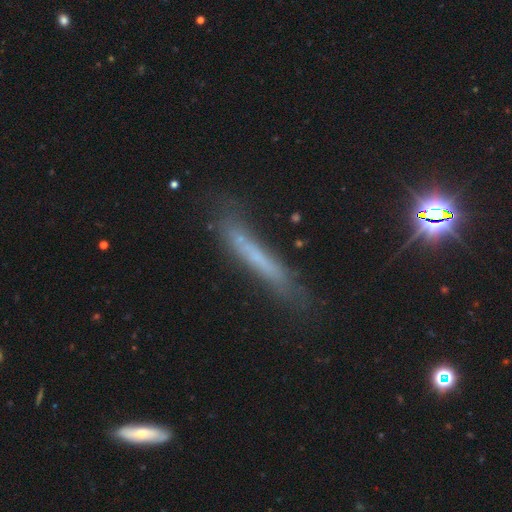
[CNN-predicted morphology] Smooth or featured?
  - smooth: 47% *
  - featured or disk: 40%
  - star or artifact: 14%
Merging?
  - none: 65% *
  - minor disturbance: 23%
  - major disturbance: 9%
  - merger: 3%